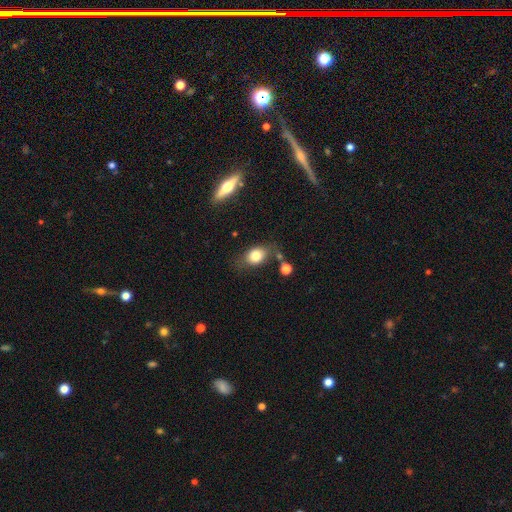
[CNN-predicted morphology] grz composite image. It shows a smooth galaxy with no disk features (79%) that is in between round and cigar-shaped (72%). Merging: none (66%).